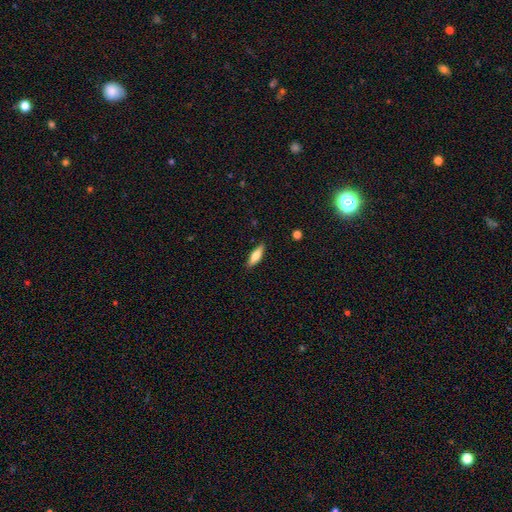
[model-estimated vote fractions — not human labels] smooth-or-featured: smooth: 76% | featured or disk: 18% | star or artifact: 6%
  how-rounded: in between: 50% | cigar-shaped: 48% | round: 2%
  merging: none: 87% | minor disturbance: 10% | major disturbance: 2% | merger: 1%